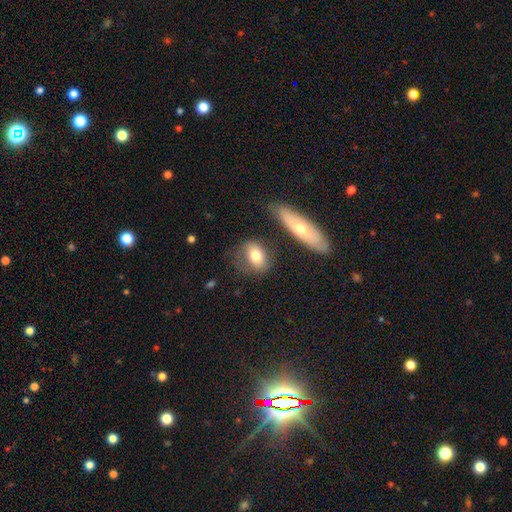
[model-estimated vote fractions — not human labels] Smooth or featured? smooth (74%)
How rounded? in between (67%)
Merging? none (61%)